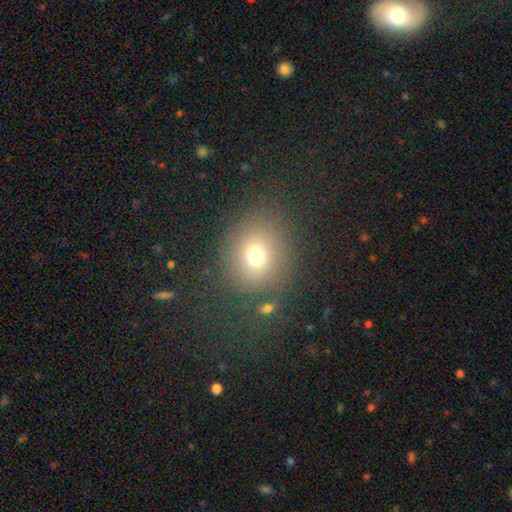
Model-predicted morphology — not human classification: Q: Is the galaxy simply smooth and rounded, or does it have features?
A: smooth — 71%.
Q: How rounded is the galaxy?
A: round — 79%.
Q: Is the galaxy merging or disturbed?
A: none — 78%.